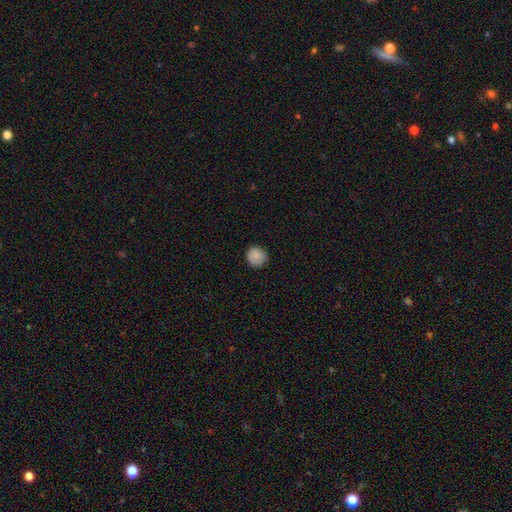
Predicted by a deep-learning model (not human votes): smooth-or-featured: smooth: 87% | star or artifact: 8% | featured or disk: 5%
  how-rounded: round: 93% | in between: 6% | cigar-shaped: 1%
  merging: none: 88% | minor disturbance: 9% | major disturbance: 2% | merger: 1%